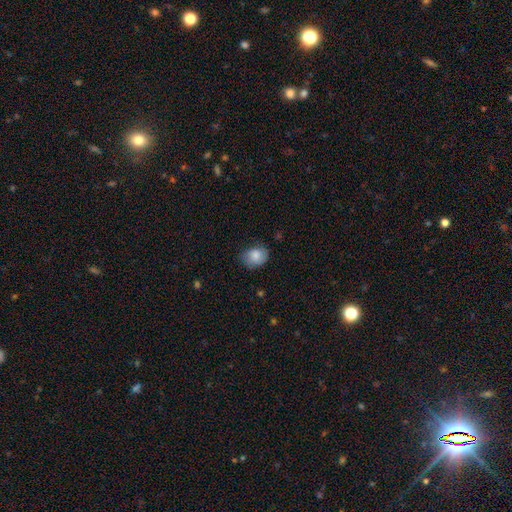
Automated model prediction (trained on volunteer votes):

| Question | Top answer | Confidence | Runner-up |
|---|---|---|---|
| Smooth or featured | smooth | 82% | featured or disk (10%) |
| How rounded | in between | 57% | round (42%) |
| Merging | none | 66% | minor disturbance (26%) |